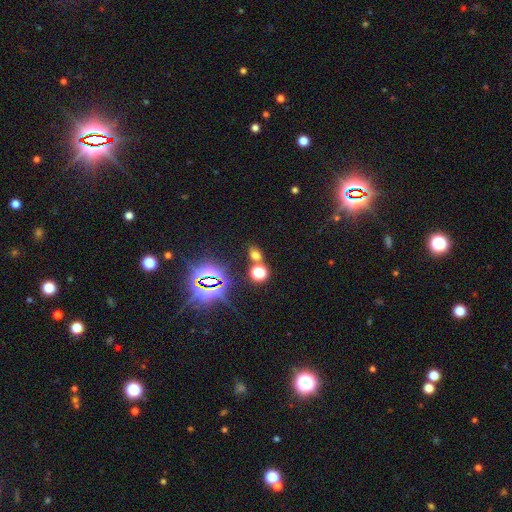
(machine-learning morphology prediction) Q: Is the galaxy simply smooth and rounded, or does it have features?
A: smooth — 52%.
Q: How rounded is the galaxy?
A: in between — 56%.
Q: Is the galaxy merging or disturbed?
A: none — 70%.